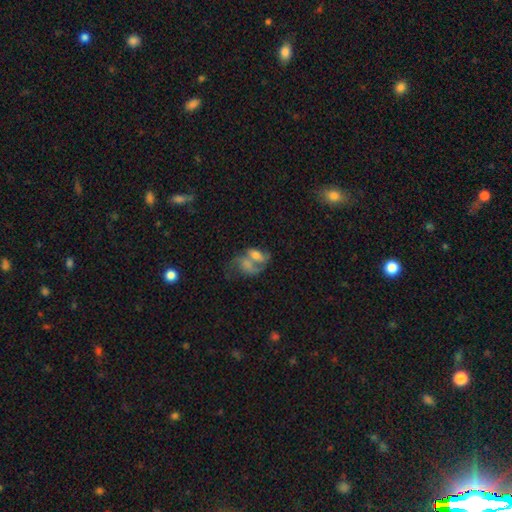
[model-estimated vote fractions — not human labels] The model was most divided on "smooth or featured": smooth: 46%, featured or disk: 43%, star or artifact: 11%. More confident: merging — merger (65%).